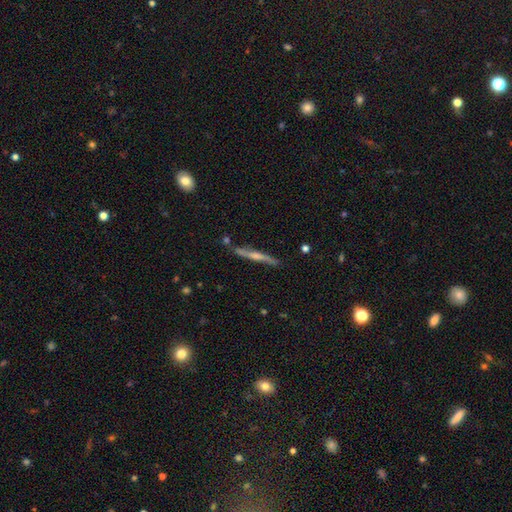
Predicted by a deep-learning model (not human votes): Smooth or featured: featured or disk — 64% (smooth — 30%)
Edge-on disk: yes — 94% (no — 6%)
Edge-on bulge: rounded — 57% (none — 31%)
Merging: none — 80% (minor disturbance — 14%)